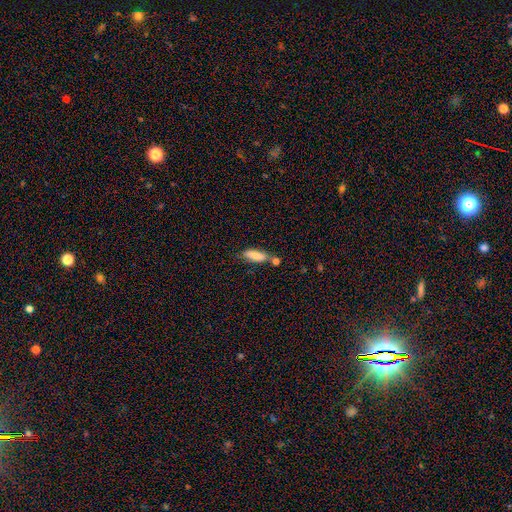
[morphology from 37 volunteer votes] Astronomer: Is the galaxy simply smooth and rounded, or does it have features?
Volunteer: smooth — 78%.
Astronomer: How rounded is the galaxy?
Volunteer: in between — 76%.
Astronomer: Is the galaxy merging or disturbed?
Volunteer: none — 44% (runner-up: merger, 38%).